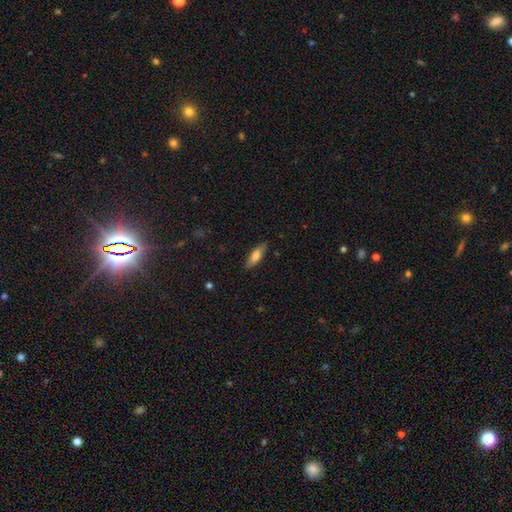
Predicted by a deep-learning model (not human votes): Smooth or featured? smooth (72%)
How rounded? in between (51%)
Merging? none (84%)